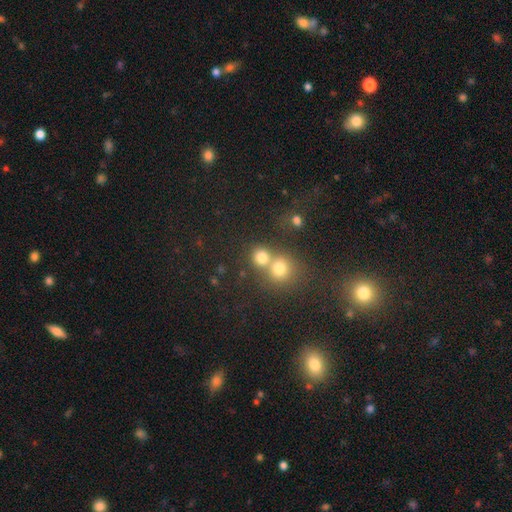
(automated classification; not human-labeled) smooth-or-featured: smooth: 61% | star or artifact: 28% | featured or disk: 11%
  how-rounded: round: 85% | in between: 14% | cigar-shaped: 1%
  merging: none: 52% | merger: 38% | minor disturbance: 7% | major disturbance: 4%